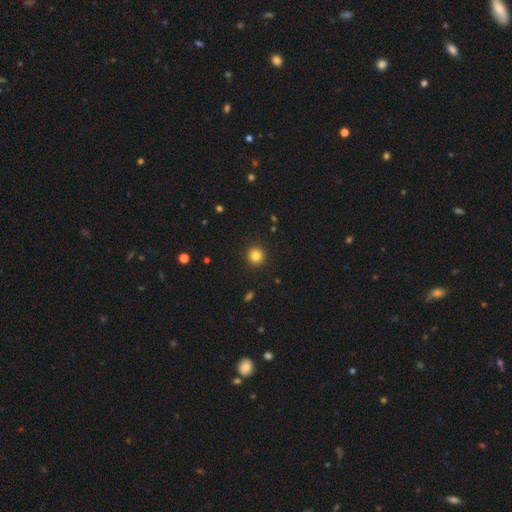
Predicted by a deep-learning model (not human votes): Morphology: type=smooth (83%); roundness=round (94%); merging=none (93%).